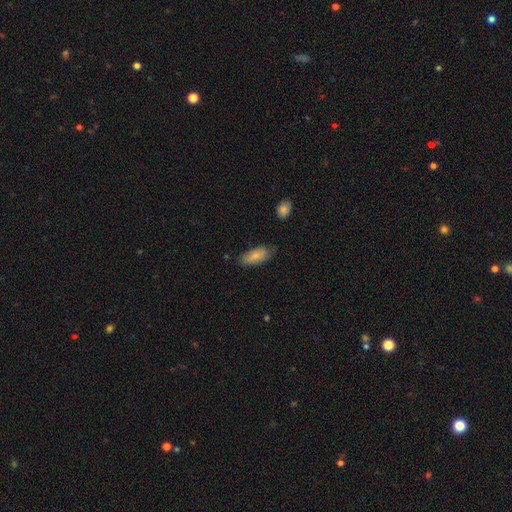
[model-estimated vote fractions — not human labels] smooth 81%, featured or disk 13%, star or artifact 6%. Down the decision tree: how rounded — in between (85%); merging — none (75%).